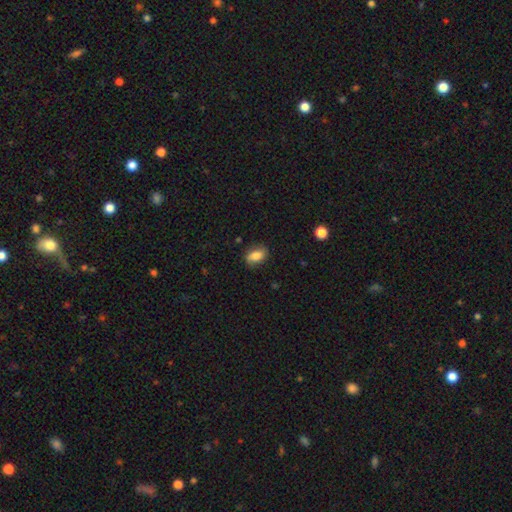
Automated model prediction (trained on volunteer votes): smooth-or-featured: smooth: 79% | featured or disk: 13% | star or artifact: 8%
  how-rounded: in between: 84% | round: 13% | cigar-shaped: 2%
  merging: none: 79% | minor disturbance: 16% | major disturbance: 4% | merger: 1%